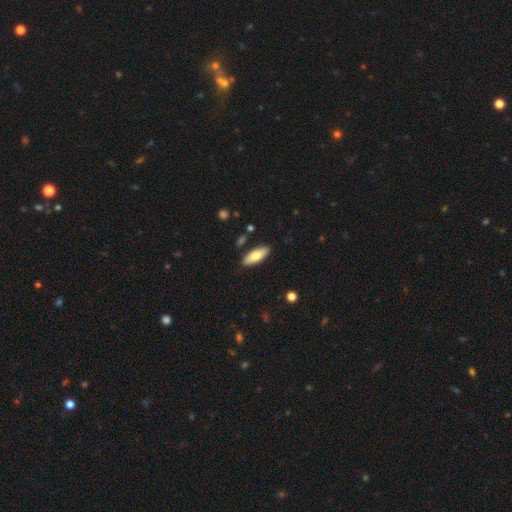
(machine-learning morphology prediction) Smooth or featured? Predicted: smooth (p=0.75). How rounded? Predicted: in between (p=0.72). Merging? Predicted: none (p=0.87).